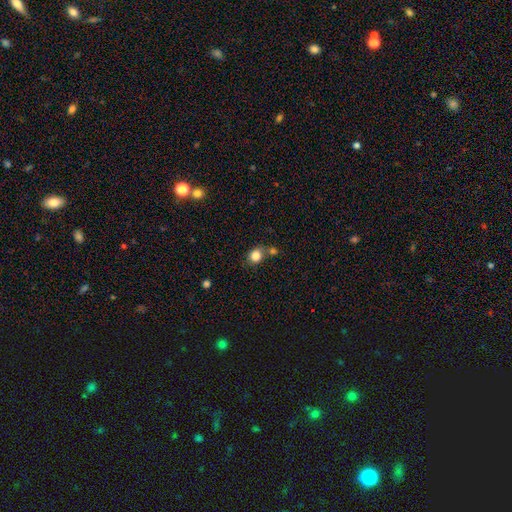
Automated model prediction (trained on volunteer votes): smooth_or_featured: smooth (p=0.84) [alt: star or artifact p=0.10]
how_rounded: round (p=0.69) [alt: in between p=0.30]
merging: none (p=0.58) [alt: merger p=0.22]